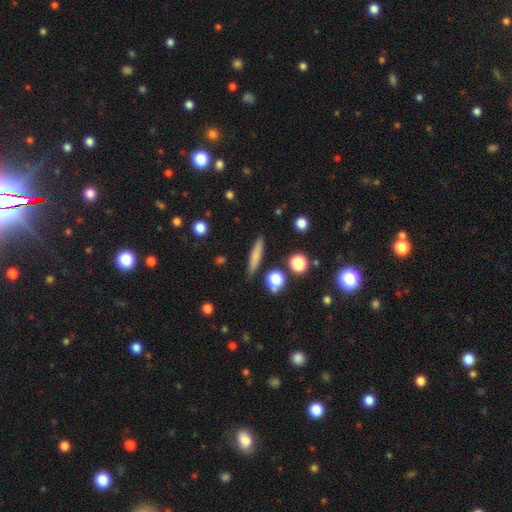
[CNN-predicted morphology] Smooth or featured? Predicted: smooth (p=0.71). How rounded? Predicted: cigar-shaped (p=0.86). Merging? Predicted: none (p=0.86).